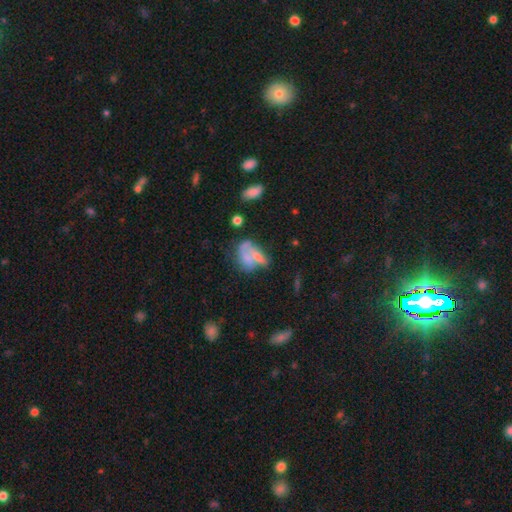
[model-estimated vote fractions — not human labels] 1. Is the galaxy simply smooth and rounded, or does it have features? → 41% smooth (tied), 41% featured or disk (tied), 18% star or artifact.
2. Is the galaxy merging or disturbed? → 37% merger, 27% none, 20% major disturbance, 16% minor disturbance.